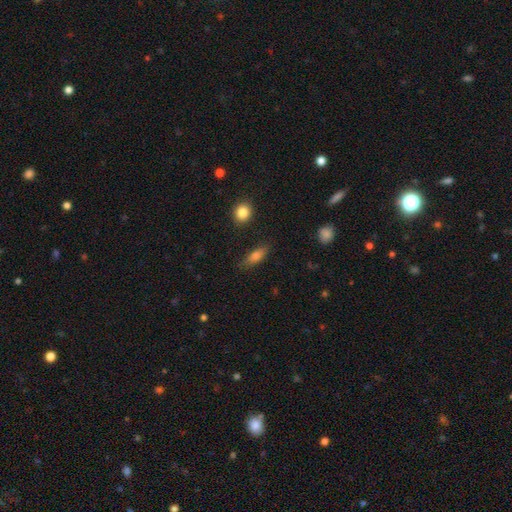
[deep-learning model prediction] This is likely a smooth galaxy (76%). How rounded: likely in between (64%). Merging: likely none (79%).